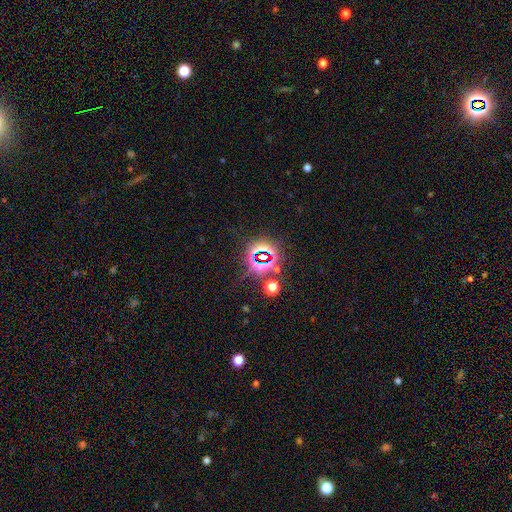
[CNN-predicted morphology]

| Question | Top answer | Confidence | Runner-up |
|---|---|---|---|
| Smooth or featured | star or artifact | 75% | smooth (16%) |